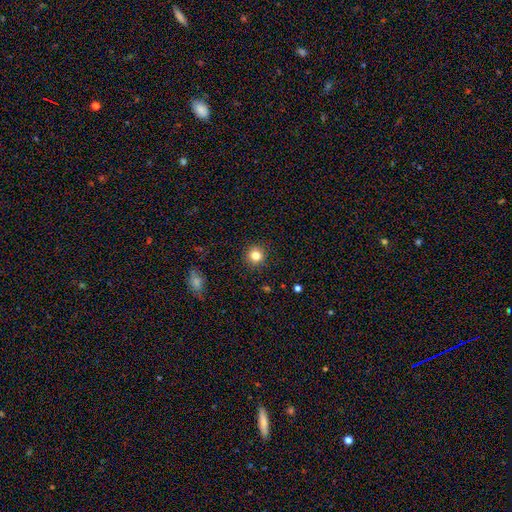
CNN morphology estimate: type=smooth (82%); roundness=round (93%); merging=none (91%).